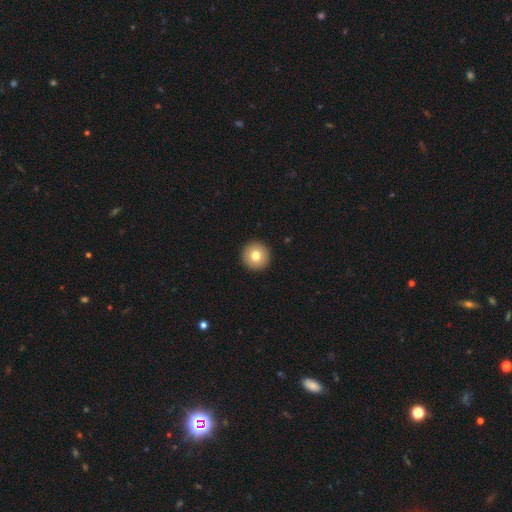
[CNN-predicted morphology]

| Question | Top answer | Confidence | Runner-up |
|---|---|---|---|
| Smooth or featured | smooth | 77% | featured or disk (14%) |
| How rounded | round | 97% | in between (3%) |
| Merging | none | 94% | minor disturbance (4%) |